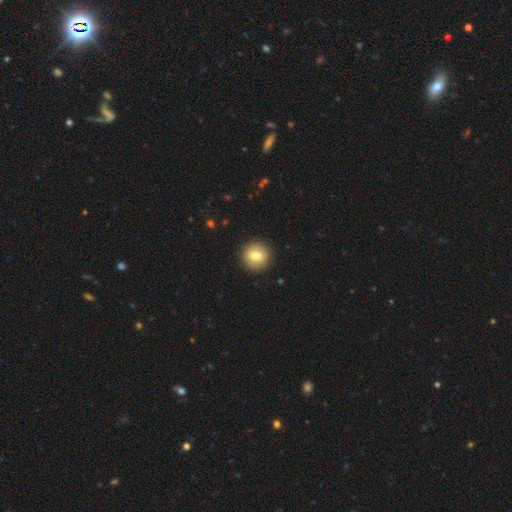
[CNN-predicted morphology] The model was most divided on "smooth or featured": smooth: 73%, featured or disk: 18%, star or artifact: 8%. More confident: merging — none (91%); how rounded — round (90%).